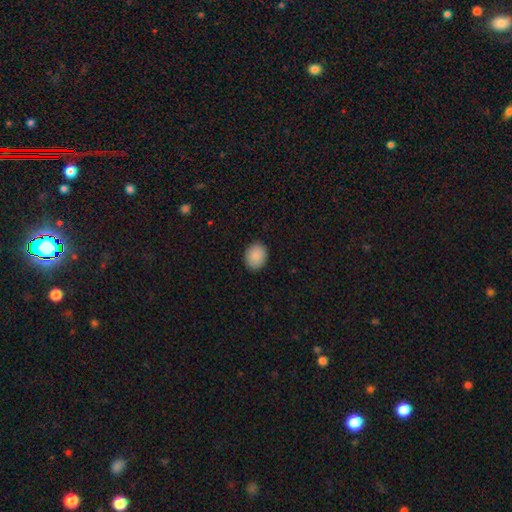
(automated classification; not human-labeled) smooth-or-featured: smooth: 89% | star or artifact: 8% | featured or disk: 3%
  how-rounded: round: 51% | in between: 48% | cigar-shaped: 1%
  merging: none: 89% | minor disturbance: 8% | major disturbance: 2% | merger: 1%